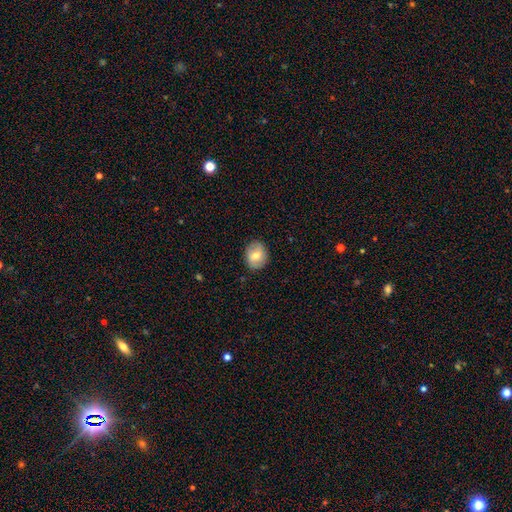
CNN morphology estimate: This appears to be a smooth galaxy with no disk features (67%) that is round (59%). Merging: none (86%).